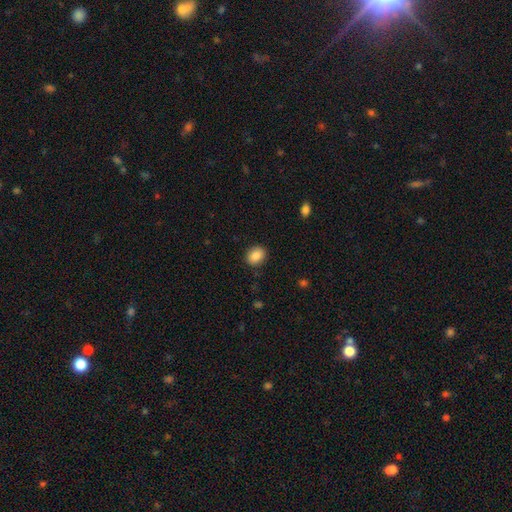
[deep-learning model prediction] smooth-or-featured: smooth: 88% | star or artifact: 8% | featured or disk: 4%
  how-rounded: in between: 58% | round: 41% | cigar-shaped: 1%
  merging: none: 88% | minor disturbance: 9% | major disturbance: 2% | merger: 1%